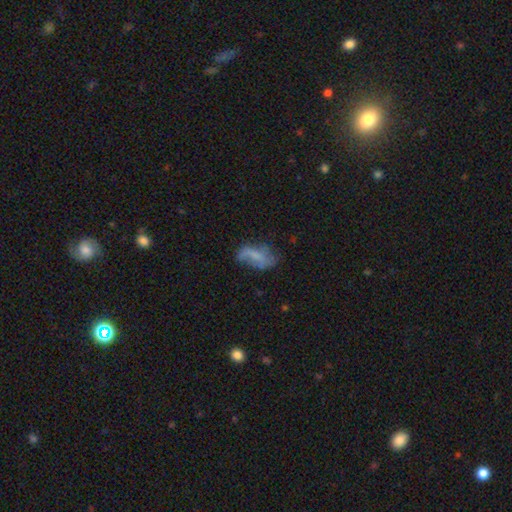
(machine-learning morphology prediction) The model was most divided on "smooth or featured": smooth: 48%, featured or disk: 42%, star or artifact: 11%. Remaining: merging — none (37%).